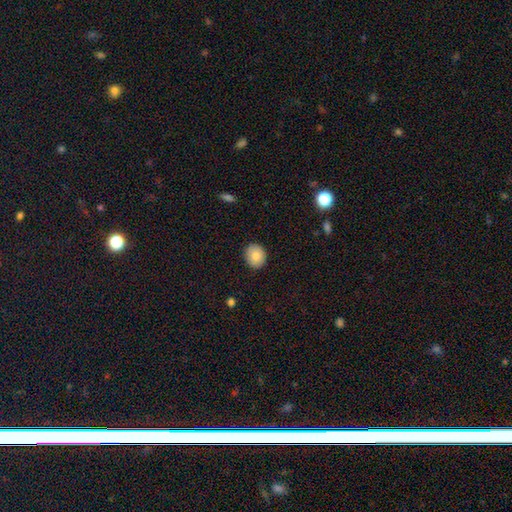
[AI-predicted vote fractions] Smooth or featured? Predicted: smooth (p=0.82). How rounded? Predicted: round (p=0.66). Merging? Predicted: none (p=0.89).